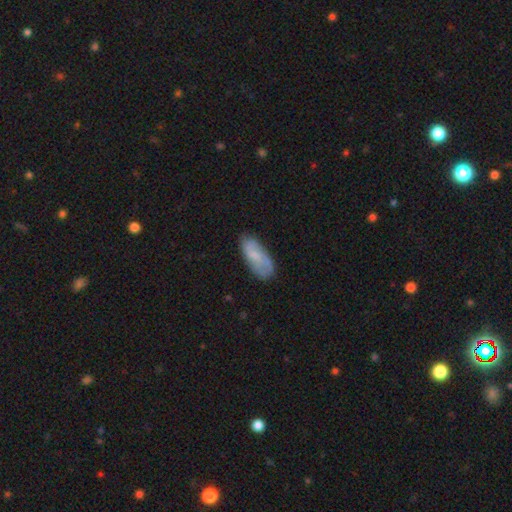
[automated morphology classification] smooth-or-featured: smooth: 59% | featured or disk: 34% | star or artifact: 7%
  how-rounded: in between: 82% | cigar-shaped: 16% | round: 2%
  merging: none: 74% | minor disturbance: 20% | major disturbance: 5% | merger: 2%